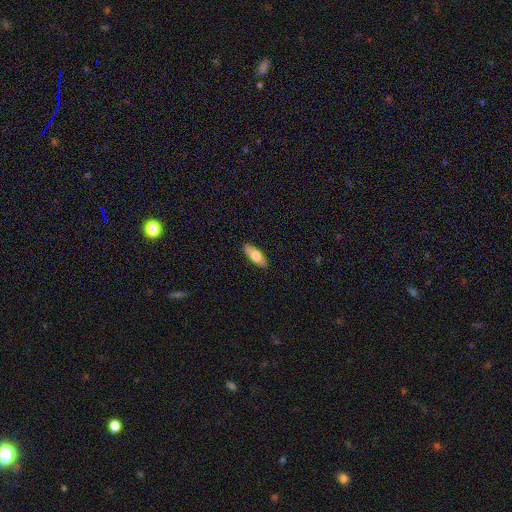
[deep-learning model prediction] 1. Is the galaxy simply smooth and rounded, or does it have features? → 68% smooth, 26% featured or disk, 6% star or artifact.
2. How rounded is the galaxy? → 73% in between, 25% cigar-shaped, 3% round.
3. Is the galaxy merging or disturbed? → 88% none, 9% minor disturbance, 2% major disturbance, 1% merger.